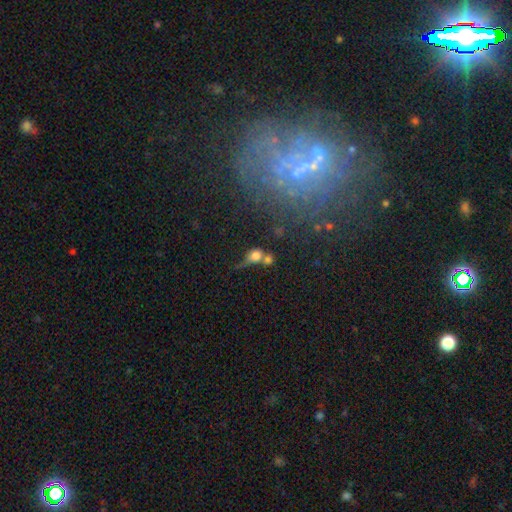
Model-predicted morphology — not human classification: A smooth galaxy with no disk features (69%) that is round (57%). Merging: merger (41%).